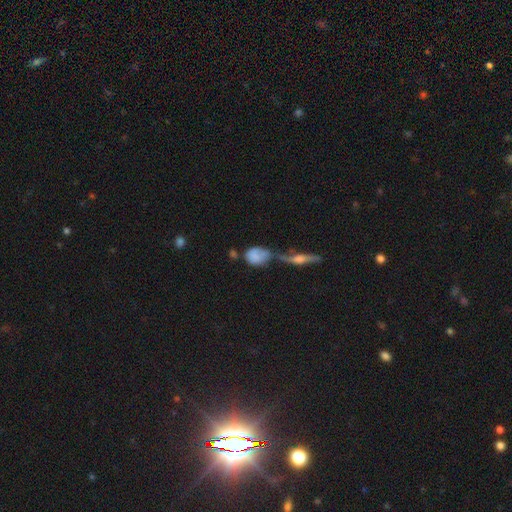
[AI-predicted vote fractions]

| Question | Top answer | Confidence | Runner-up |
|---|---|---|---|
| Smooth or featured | smooth | 71% | featured or disk (20%) |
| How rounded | in between | 62% | round (34%) |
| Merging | merger | 38% | none (28%) |